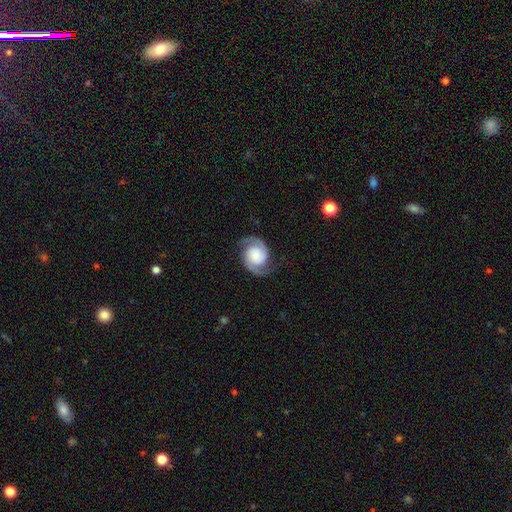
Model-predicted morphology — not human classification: The model was most divided on "bulge size": small: 33%, moderate: 26%, large: 20%, none: 15%, dominant: 7%. More confident: edge-on disk — no (98%); spiral arms — yes (98%); spiral arm count — 2 (94%); smooth or featured — featured or disk (87%); merging — none (81%); bar — no (70%); spiral winding — medium (52%).